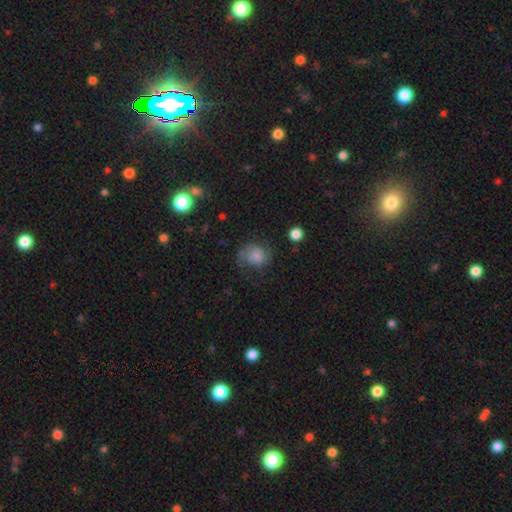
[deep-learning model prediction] Morphology: type=smooth (68%); roundness=round (69%); merging=none (53%).